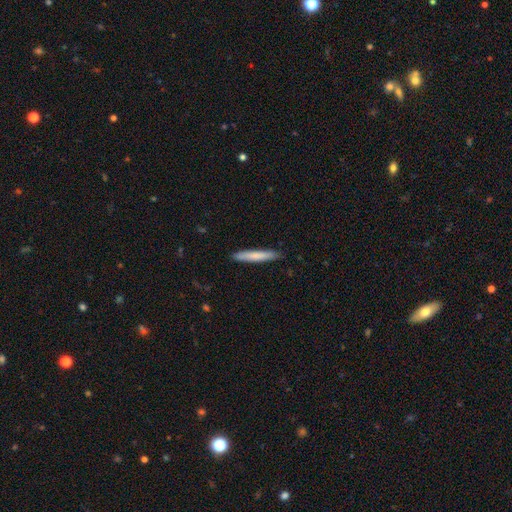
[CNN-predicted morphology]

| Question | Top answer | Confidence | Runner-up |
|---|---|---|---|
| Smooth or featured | smooth | 77% | featured or disk (18%) |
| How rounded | cigar-shaped | 94% | in between (5%) |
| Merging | none | 89% | minor disturbance (9%) |